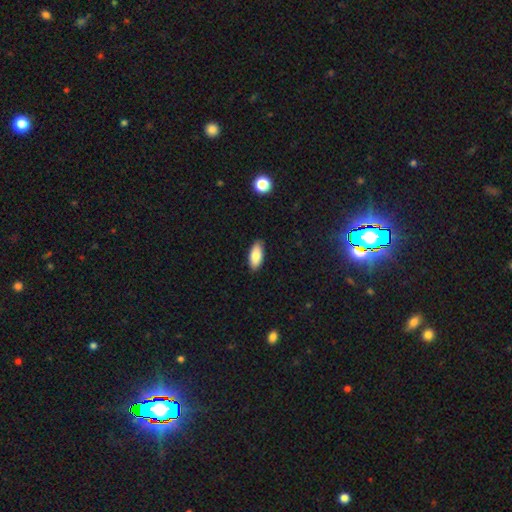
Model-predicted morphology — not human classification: This appears to be a smooth galaxy with no disk features (85%) that is in between round and cigar-shaped (87%). Merging: none (87%).